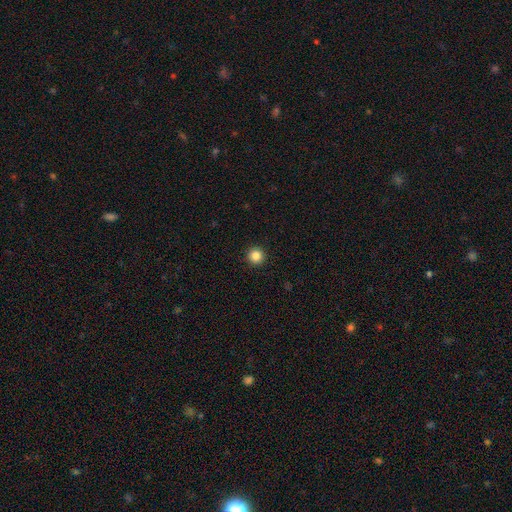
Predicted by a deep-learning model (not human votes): Morphology: type=smooth (86%); roundness=round (96%); merging=none (94%).